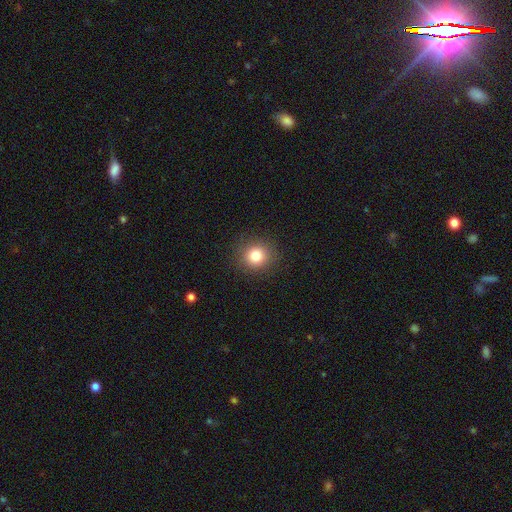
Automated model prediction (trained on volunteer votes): smooth 81%, star or artifact 12%, featured or disk 7%. Down the decision tree: how rounded — round (89%); merging — none (90%).